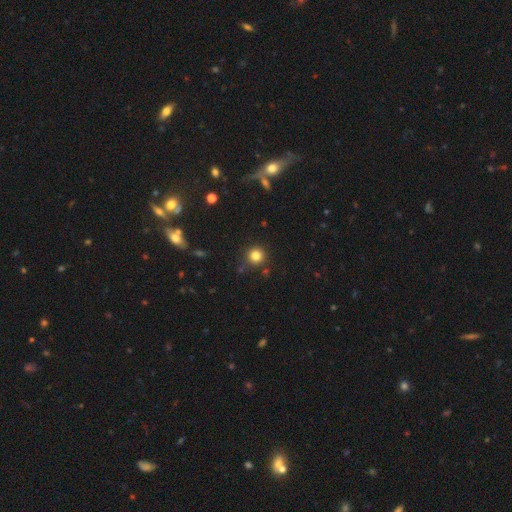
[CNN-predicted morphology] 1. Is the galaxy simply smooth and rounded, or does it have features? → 81% smooth, 13% star or artifact, 5% featured or disk.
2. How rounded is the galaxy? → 94% round, 5% in between, 1% cigar-shaped.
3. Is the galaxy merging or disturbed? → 86% none, 8% minor disturbance, 3% merger, 3% major disturbance.